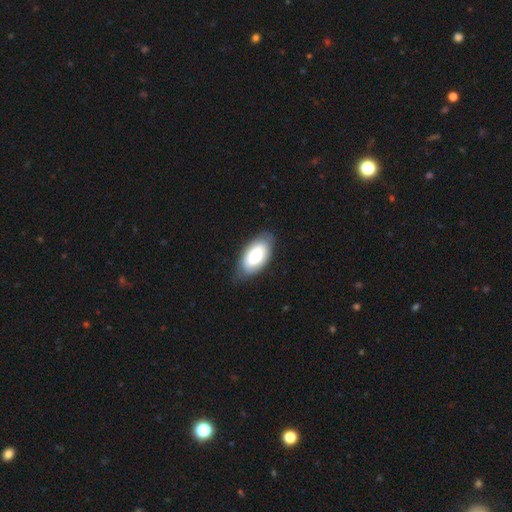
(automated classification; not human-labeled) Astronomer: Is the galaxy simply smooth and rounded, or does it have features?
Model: smooth — 68%.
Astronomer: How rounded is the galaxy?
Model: in between — 94%.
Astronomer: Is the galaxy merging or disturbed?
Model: none — 78%.